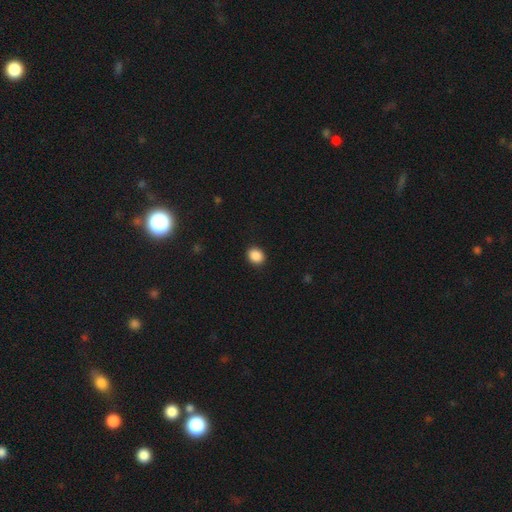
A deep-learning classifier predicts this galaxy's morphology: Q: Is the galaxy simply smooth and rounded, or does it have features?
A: smooth — 89%.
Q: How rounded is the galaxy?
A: round — 59%.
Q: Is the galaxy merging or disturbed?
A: none — 91%.